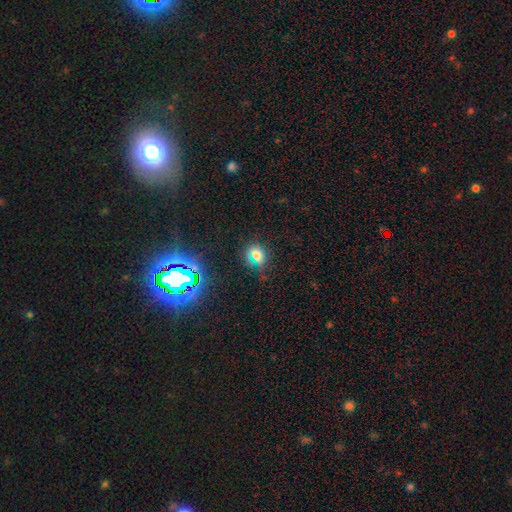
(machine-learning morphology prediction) Overall: smooth (60%; star or artifact 29%). How rounded: round (56%; in between 41%). Merging: none (64%).